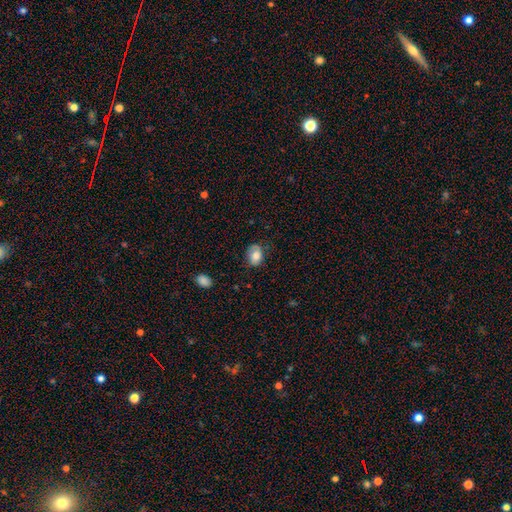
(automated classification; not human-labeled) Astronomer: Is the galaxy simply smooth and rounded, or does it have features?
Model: smooth — 76%.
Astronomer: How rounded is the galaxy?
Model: in between — 69%.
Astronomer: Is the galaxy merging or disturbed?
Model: none — 59%.